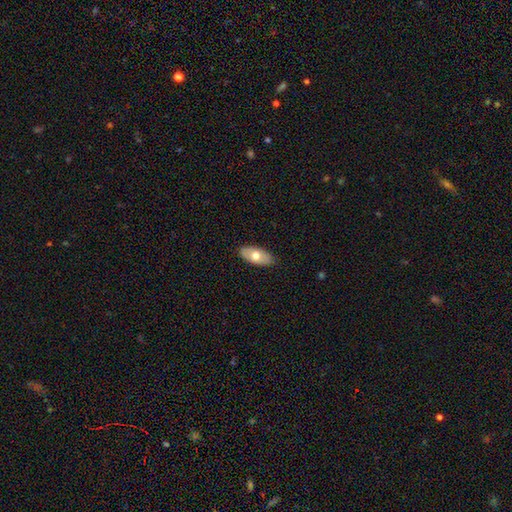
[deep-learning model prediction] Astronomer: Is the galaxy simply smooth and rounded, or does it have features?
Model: smooth — 65%.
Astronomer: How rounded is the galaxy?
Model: in between — 90%.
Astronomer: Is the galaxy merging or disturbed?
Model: none — 88%.